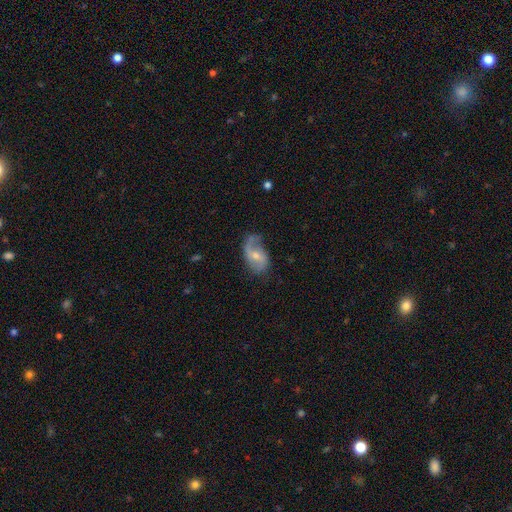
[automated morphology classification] The model was most divided on "bulge size": moderate: 50%, small: 43%, none: 4%, large: 3%, dominant: 1%. Remaining: edge-on disk — no (97%); spiral arms — yes (90%); smooth or featured — featured or disk (72%); spiral arm count — 2 (69%); spiral winding — loose (57%); merging — none (53%); bar — weak (47%).